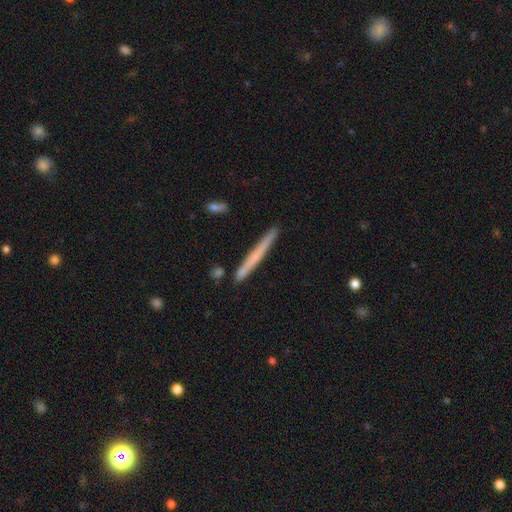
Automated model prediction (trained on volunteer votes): A smooth galaxy with no disk features (53%) that is cigar-shaped (97%). Merging: none (87%).